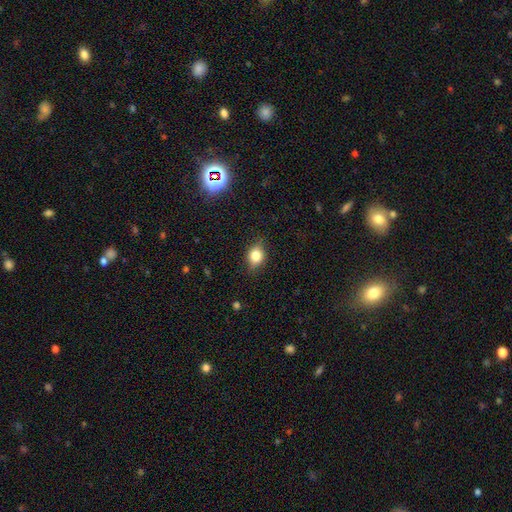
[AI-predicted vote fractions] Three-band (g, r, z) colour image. It shows a smooth galaxy with no disk features (75%) that is in between round and cigar-shaped (51%). Merging: none (79%).